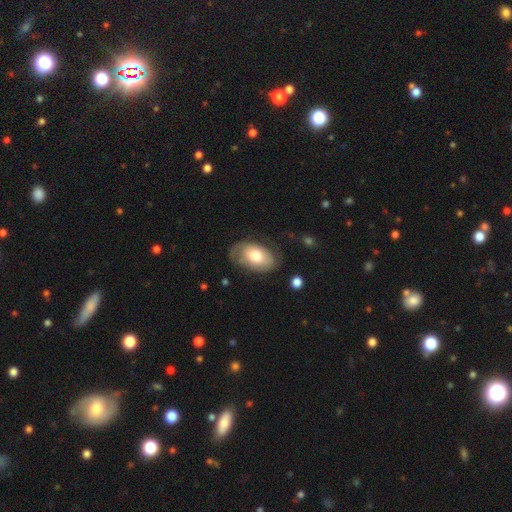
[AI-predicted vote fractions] Smooth or featured? smooth (58%)
How rounded? in between (91%)
Merging? none (60%)